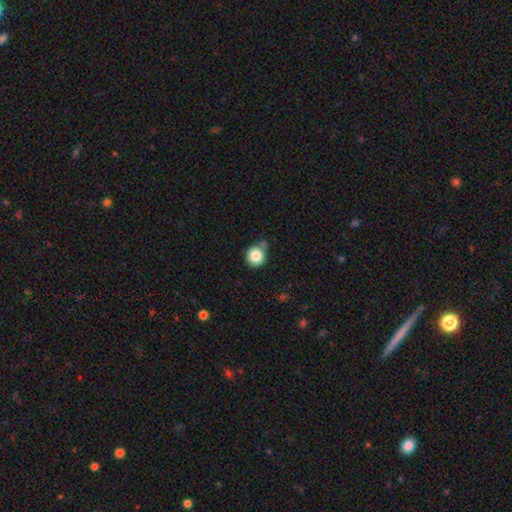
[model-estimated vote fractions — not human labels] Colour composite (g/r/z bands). It shows a smooth galaxy with no disk features (85%) that is round (90%). Merging: none (66%).